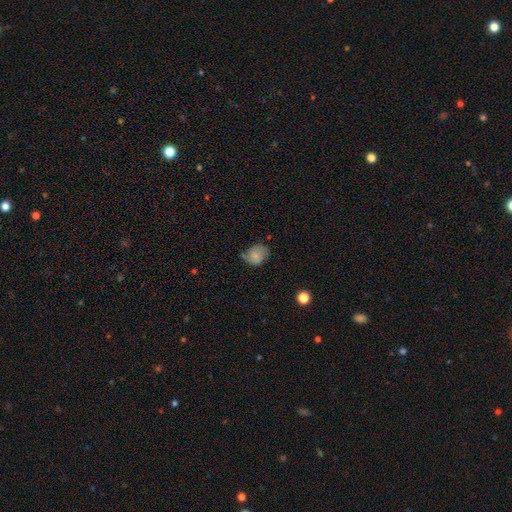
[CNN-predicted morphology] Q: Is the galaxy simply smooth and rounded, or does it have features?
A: smooth — 70%.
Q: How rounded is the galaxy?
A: in between — 51%.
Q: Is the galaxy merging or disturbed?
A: none — 53%.